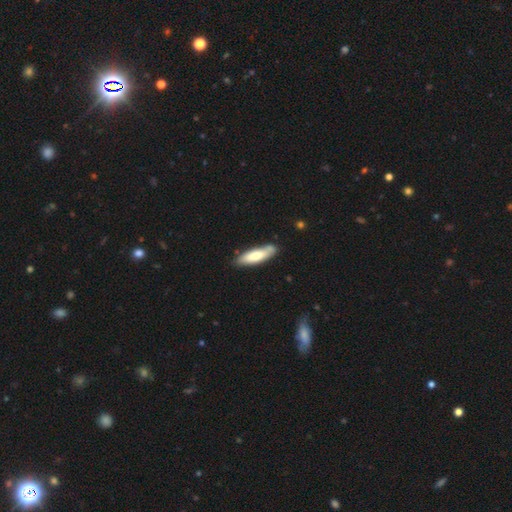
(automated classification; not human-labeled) smooth-or-featured: smooth: 70% | featured or disk: 24% | star or artifact: 5%
  how-rounded: cigar-shaped: 59% | in between: 40% | round: 1%
  merging: none: 78% | minor disturbance: 16% | major disturbance: 3% | merger: 3%